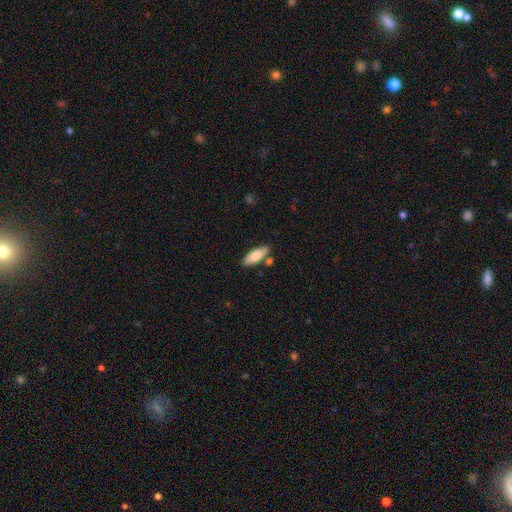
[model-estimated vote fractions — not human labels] The model was most divided on "how rounded": in between: 73%, cigar-shaped: 25%, round: 2%. More confident: smooth or featured — smooth (81%); merging — none (78%).